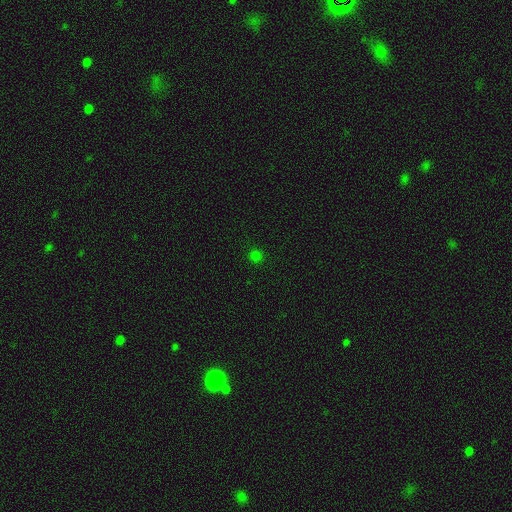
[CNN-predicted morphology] Smooth or featured? smooth (74%)
How rounded? round (94%)
Merging? none (91%)